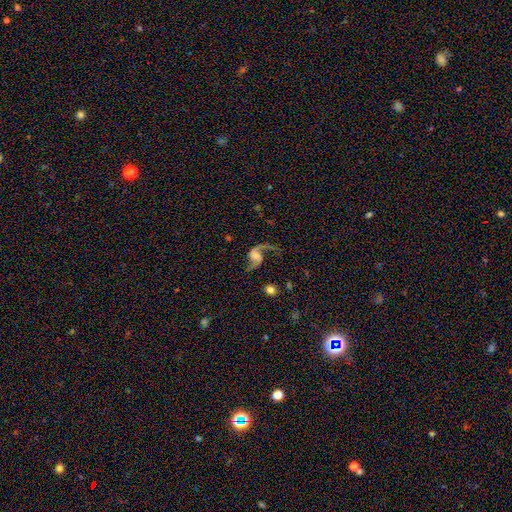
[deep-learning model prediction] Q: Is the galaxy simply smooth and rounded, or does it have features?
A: featured or disk — 88%.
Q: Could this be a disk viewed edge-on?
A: no — 98%.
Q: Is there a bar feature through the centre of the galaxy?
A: no — 45%.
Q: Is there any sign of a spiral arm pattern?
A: yes — 97%.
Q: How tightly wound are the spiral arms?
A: loose — 79%.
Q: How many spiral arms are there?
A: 2 — 90%.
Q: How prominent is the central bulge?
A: small — 35%.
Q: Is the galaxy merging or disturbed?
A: none — 66%.